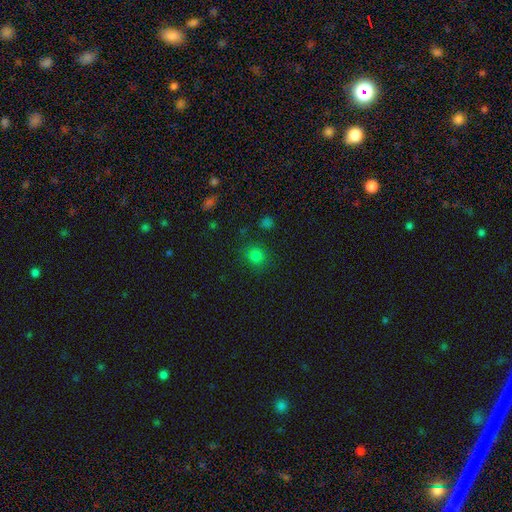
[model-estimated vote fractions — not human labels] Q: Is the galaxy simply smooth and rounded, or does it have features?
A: smooth — 79%.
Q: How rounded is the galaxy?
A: round — 82%.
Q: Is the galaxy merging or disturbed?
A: none — 82%.